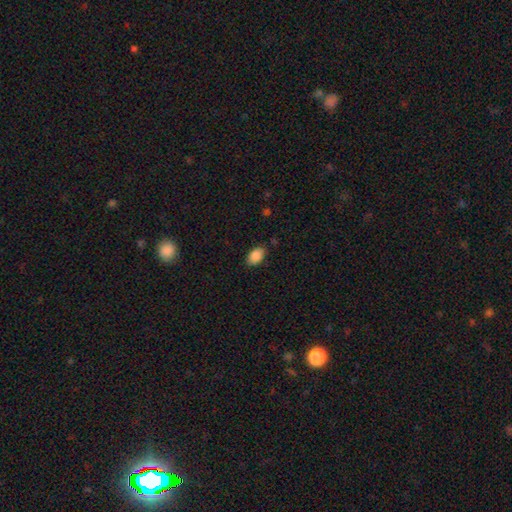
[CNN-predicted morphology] Smooth or featured: smooth — 88% (star or artifact — 8%)
How rounded: in between — 90% (round — 8%)
Merging: none — 84% (minor disturbance — 12%)